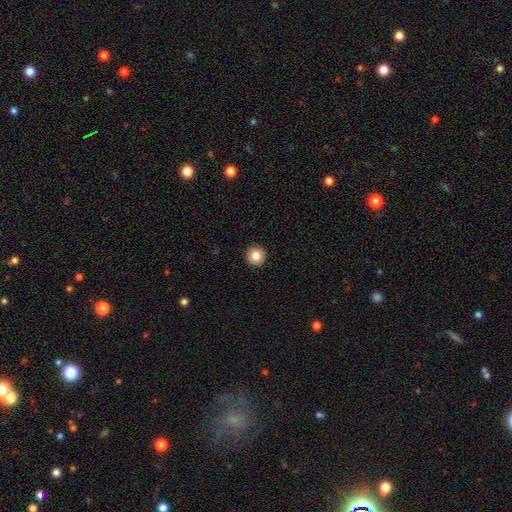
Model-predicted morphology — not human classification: Smooth or featured? smooth (84%)
How rounded? round (96%)
Merging? none (93%)